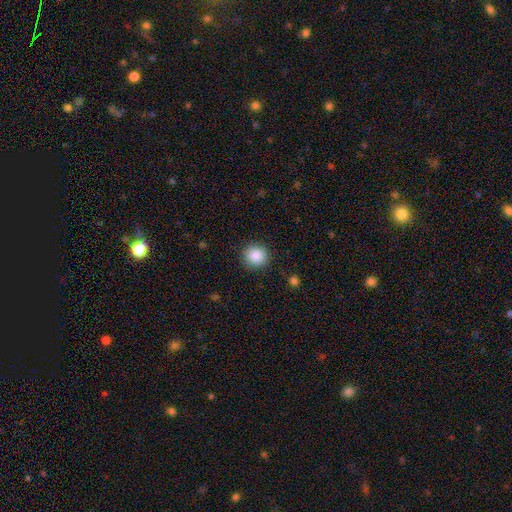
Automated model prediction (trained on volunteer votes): A smooth galaxy with no disk features (88%) that is round (92%).

Vote fractions:
- Smooth or featured? smooth: 88% / star or artifact: 9% / featured or disk: 3%
- How rounded? round: 92% / in between: 7% / cigar-shaped: 1%
- Merging? none: 90% / minor disturbance: 7% / major disturbance: 2% / merger: 1%